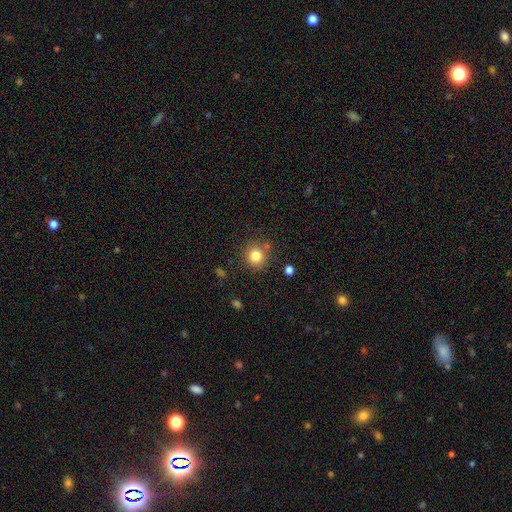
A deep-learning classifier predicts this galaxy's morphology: A smooth galaxy with no disk features (82%) that is round (90%).

Vote fractions:
- Smooth or featured? smooth: 82% / star or artifact: 11% / featured or disk: 7%
- How rounded? round: 90% / in between: 9% / cigar-shaped: 1%
- Merging? none: 81% / minor disturbance: 10% / merger: 6% / major disturbance: 4%